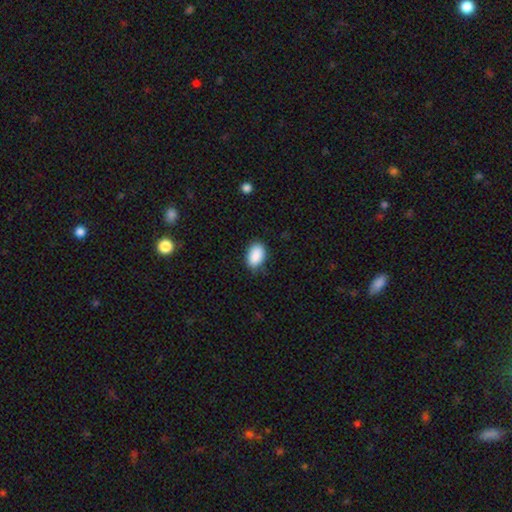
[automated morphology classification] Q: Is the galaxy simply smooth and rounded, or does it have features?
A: smooth — 90%.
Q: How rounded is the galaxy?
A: in between — 90%.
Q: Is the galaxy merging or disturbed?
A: none — 80%.